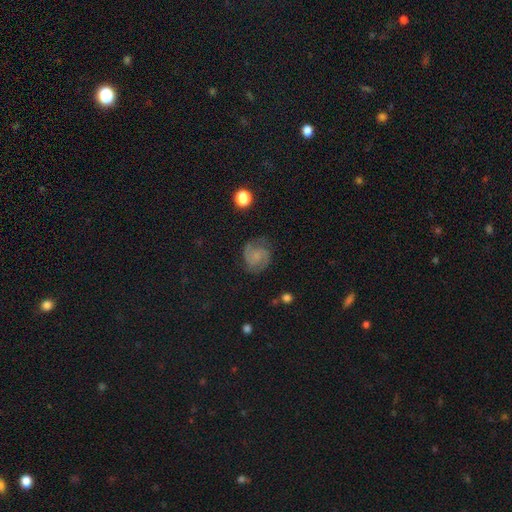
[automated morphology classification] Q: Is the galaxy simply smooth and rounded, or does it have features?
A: featured or disk — 73%.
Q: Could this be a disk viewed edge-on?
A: no — 98%.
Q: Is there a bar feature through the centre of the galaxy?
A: no — 66%.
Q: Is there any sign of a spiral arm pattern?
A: yes — 96%.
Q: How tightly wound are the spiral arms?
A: medium — 49%.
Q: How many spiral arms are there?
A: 2 — 82%.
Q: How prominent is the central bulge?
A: small — 44%.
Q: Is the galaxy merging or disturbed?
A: none — 74%.